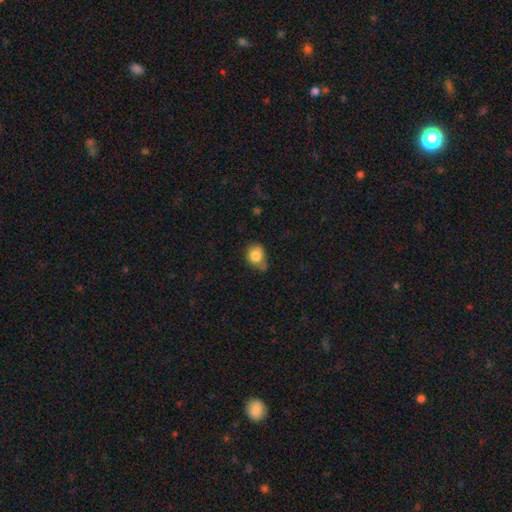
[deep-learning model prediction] This appears to be a smooth galaxy with no disk features (81%) that is round (57%). Merging: none (51%).